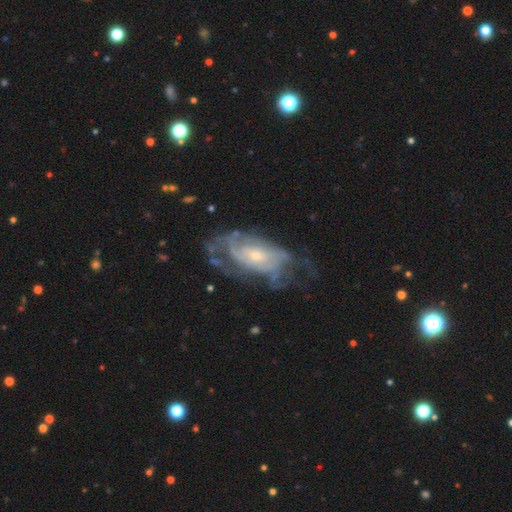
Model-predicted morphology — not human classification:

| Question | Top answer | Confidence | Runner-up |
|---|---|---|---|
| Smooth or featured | featured or disk | 80% | smooth (13%) |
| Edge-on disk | no | 94% | yes (6%) |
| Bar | no | 67% | weak (27%) |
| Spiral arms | yes | 81% | no (19%) |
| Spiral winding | tight | 50% | medium (35%) |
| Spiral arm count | can't tell | 54% | 2 (18%) |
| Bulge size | small | 58% | moderate (36%) |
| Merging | none | 52% | major disturbance (24%) |